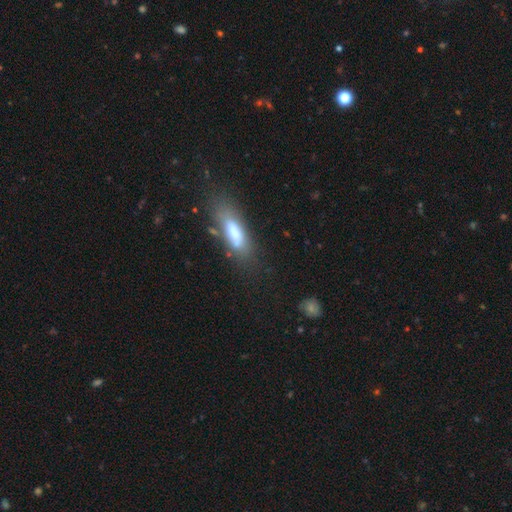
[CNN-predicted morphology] Smooth or featured? smooth (58%)
How rounded? in between (51%)
Merging? none (75%)